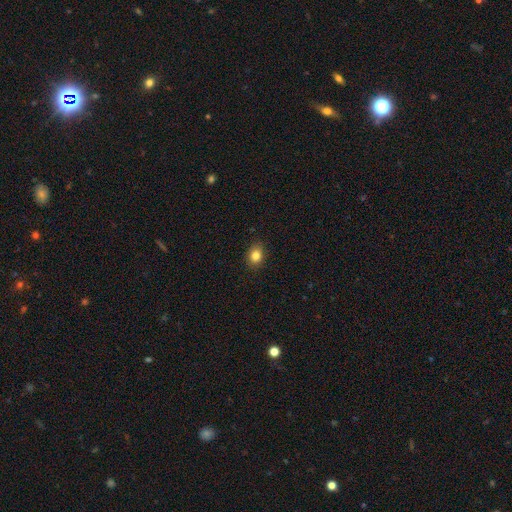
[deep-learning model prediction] Morphology: type=smooth (83%); roundness=in between (55%); merging=none (88%).